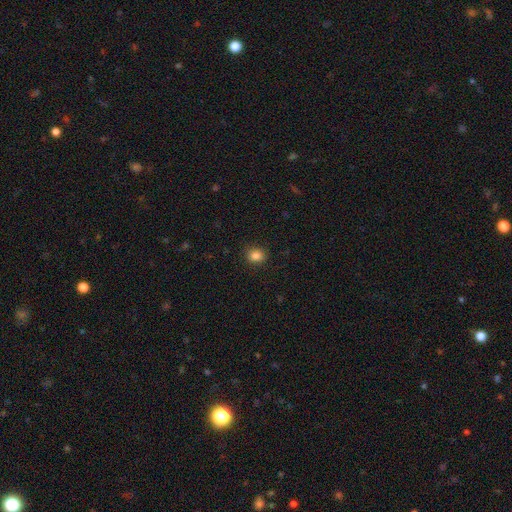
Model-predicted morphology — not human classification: type=smooth (85%); roundness=round (71%); merging=none (89%).